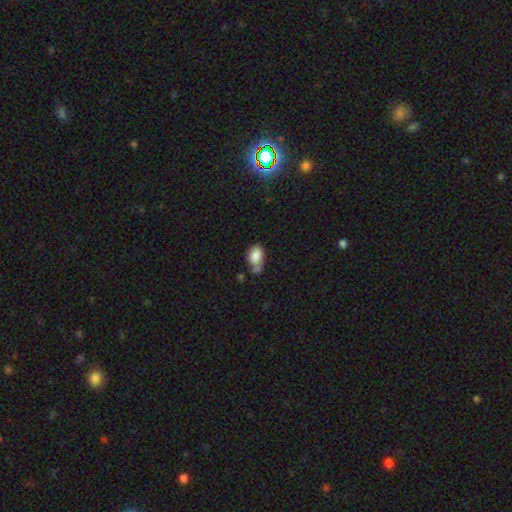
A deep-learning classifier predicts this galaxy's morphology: A smooth galaxy with no disk features (83%) that is in between round and cigar-shaped (80%). Merging: none (45%).